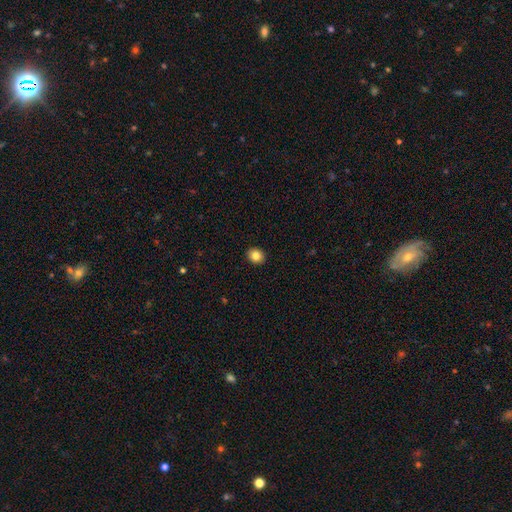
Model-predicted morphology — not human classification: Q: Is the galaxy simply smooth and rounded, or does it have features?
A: smooth — 85%.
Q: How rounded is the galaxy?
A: round — 67%.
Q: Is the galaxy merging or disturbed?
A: none — 92%.